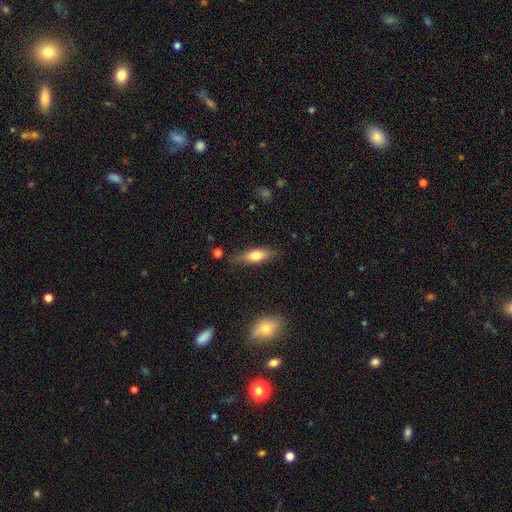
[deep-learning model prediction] A smooth galaxy with no disk features (66%) that is in between round and cigar-shaped (58%).

Vote fractions:
- Smooth or featured? smooth: 66% / featured or disk: 27% / star or artifact: 7%
- How rounded? in between: 58% / cigar-shaped: 39% / round: 3%
- Merging? none: 76% / minor disturbance: 18% / major disturbance: 4% / merger: 2%